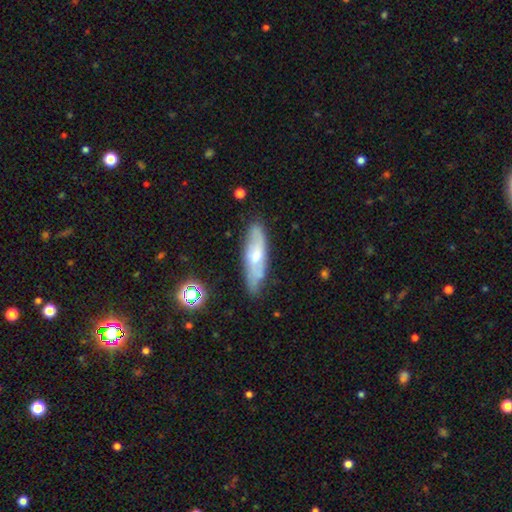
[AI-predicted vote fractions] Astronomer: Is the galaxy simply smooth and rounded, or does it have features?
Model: featured or disk — 53% (runner-up: smooth, 39%).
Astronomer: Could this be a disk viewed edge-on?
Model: no — 64%.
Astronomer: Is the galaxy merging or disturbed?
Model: none — 74%.